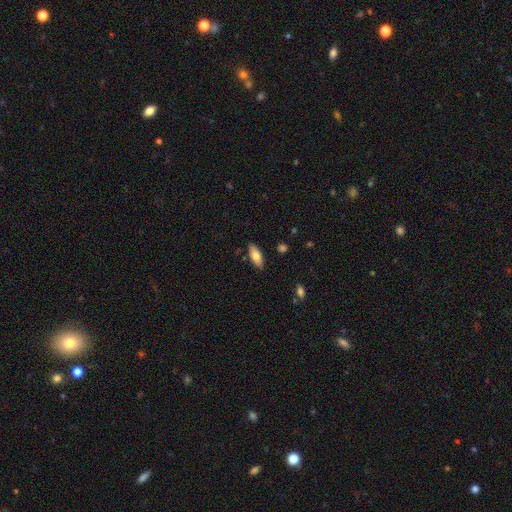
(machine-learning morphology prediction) Smooth or featured: smooth — 74% (featured or disk — 20%)
How rounded: in between — 79% (cigar-shaped — 18%)
Merging: none — 85% (minor disturbance — 11%)